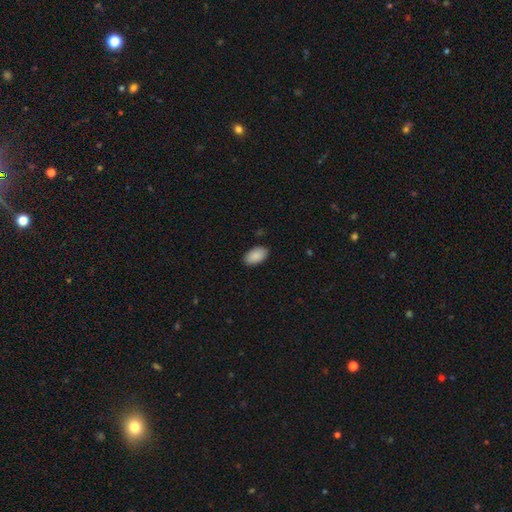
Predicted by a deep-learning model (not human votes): Morphology: type=smooth (90%); roundness=in between (95%); merging=none (87%).